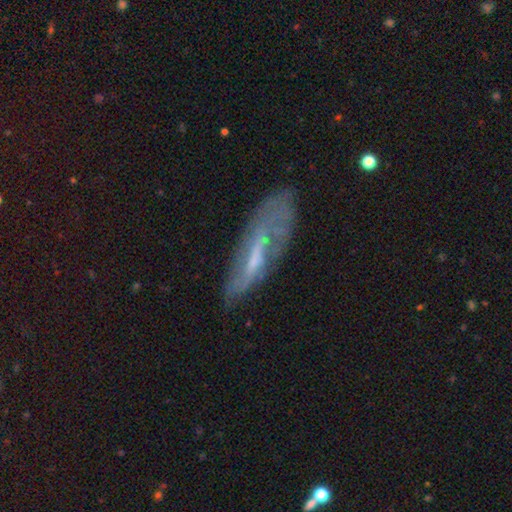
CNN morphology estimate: This is possibly a featured or disk galaxy (58%). It is likely not viewed edge-on (64%). Merging: possibly none (57%).